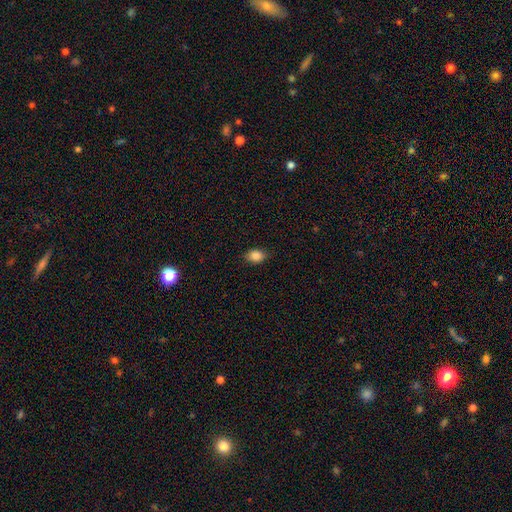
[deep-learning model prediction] Q: Smooth or featured?
A: smooth (86%); runner-up: star or artifact (9%)
Q: How rounded?
A: in between (76%); runner-up: round (22%)
Q: Merging?
A: none (85%); runner-up: minor disturbance (11%)